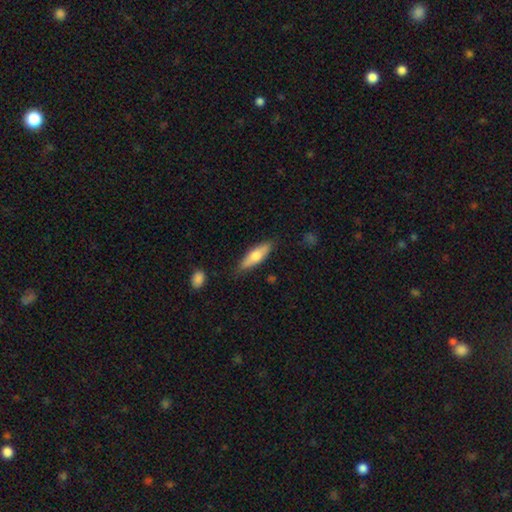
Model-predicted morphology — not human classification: This is likely a smooth galaxy (60%). How rounded: possibly cigar-shaped (53%). Merging: clearly none (81%).